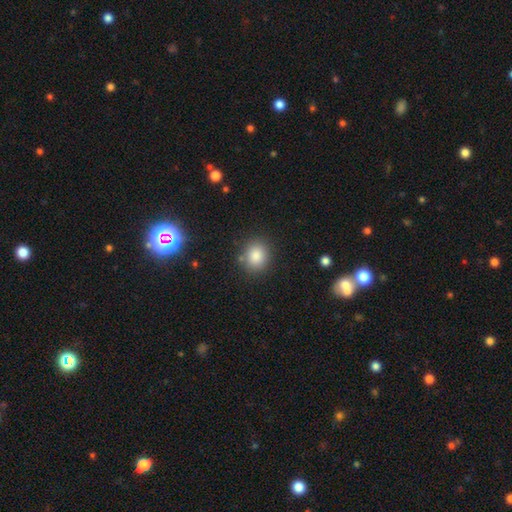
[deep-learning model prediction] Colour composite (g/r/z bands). It shows a smooth galaxy with no disk features (85%) that is round (72%). Merging: none (84%).